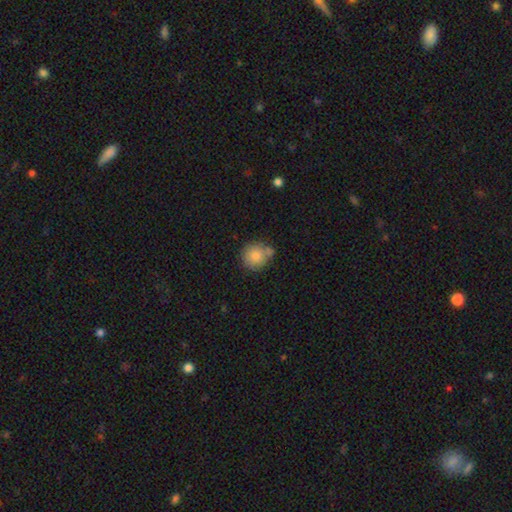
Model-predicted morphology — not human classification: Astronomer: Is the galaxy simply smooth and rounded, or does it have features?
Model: smooth — 82%.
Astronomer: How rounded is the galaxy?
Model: round — 88%.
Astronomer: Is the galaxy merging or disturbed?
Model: none — 60%.